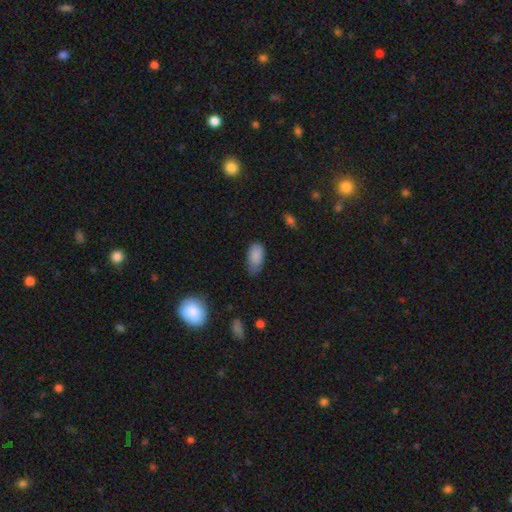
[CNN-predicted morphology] A smooth galaxy with no disk features (85%) that is in between round and cigar-shaped (92%). Merging: none (56%).